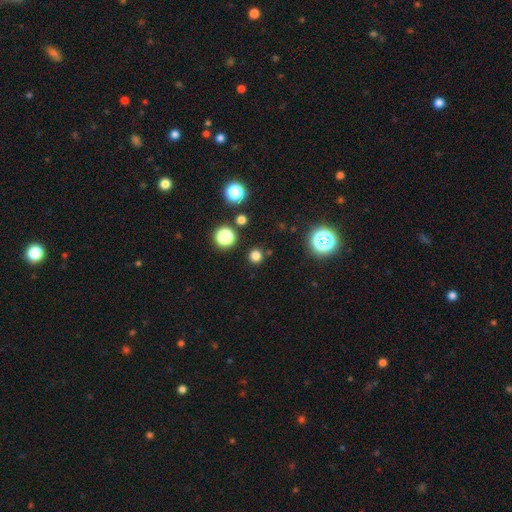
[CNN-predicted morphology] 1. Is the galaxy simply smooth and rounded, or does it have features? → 75% smooth, 21% star or artifact, 4% featured or disk.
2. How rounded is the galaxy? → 94% round, 5% in between, 1% cigar-shaped.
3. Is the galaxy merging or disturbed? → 89% none, 6% minor disturbance, 3% merger, 2% major disturbance.